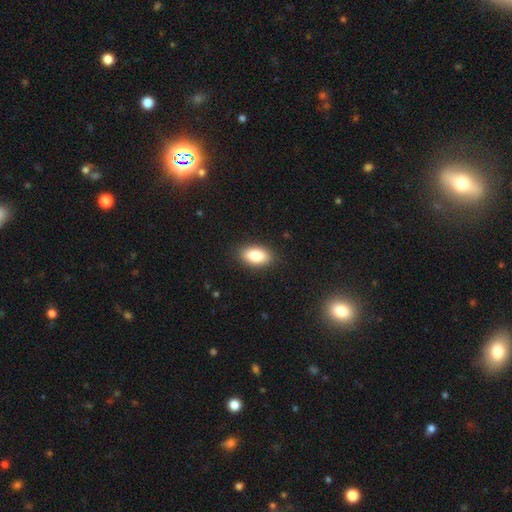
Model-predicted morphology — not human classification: Overall: smooth (84%). How rounded: in between (91%). Merging: none (89%).